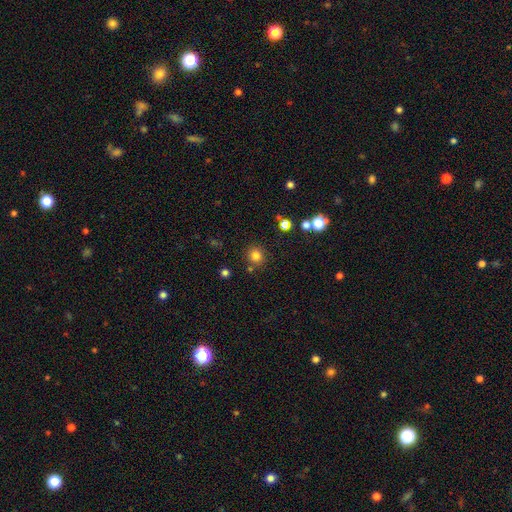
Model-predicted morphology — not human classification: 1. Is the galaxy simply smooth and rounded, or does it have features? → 80% smooth, 15% star or artifact, 6% featured or disk.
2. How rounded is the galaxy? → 90% round, 9% in between, 1% cigar-shaped.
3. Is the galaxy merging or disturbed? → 80% none, 9% minor disturbance, 8% merger, 3% major disturbance.